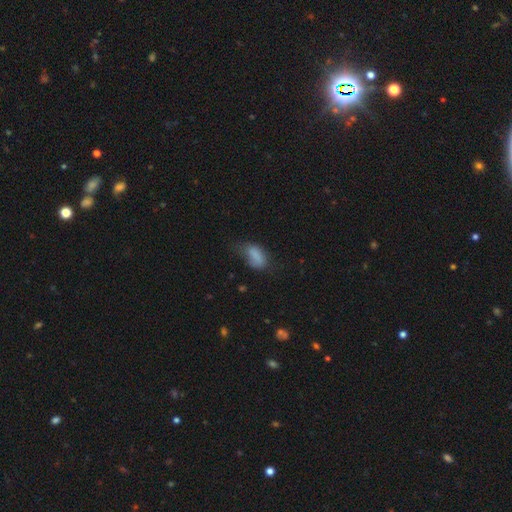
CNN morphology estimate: Smooth or featured?
  - smooth: 79% *
  - featured or disk: 11%
  - star or artifact: 10%
How rounded?
  - in between: 90% *
  - round: 5%
  - cigar-shaped: 5%
Merging?
  - minor disturbance: 36% *
  - none: 33%
  - major disturbance: 28%
  - merger: 4%